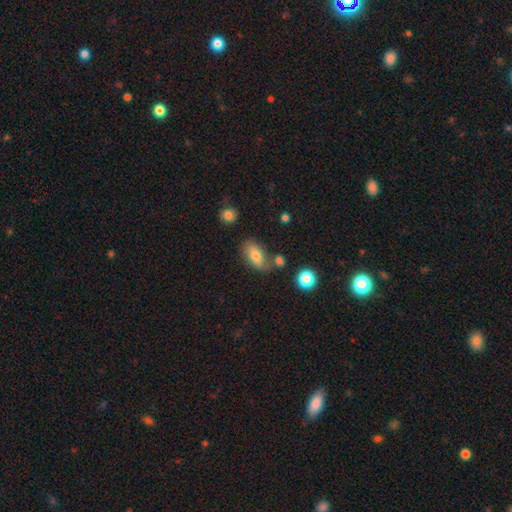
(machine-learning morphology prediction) Smooth or featured? Predicted: smooth (p=0.72). How rounded? Predicted: in between (p=0.89). Merging? Predicted: none (p=0.59).